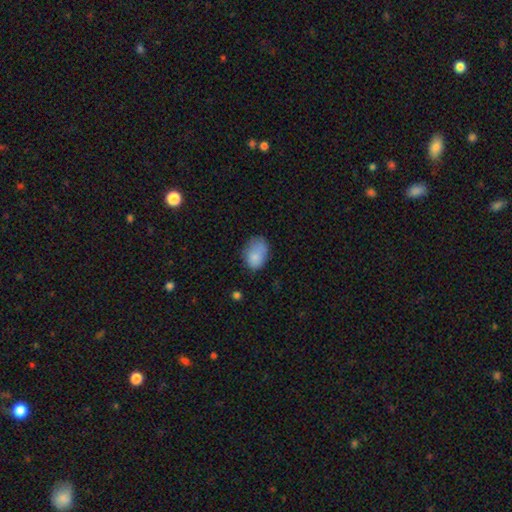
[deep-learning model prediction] This is clearly a smooth galaxy (82%). How rounded: likely in between (80%). Merging: possibly none (51%).